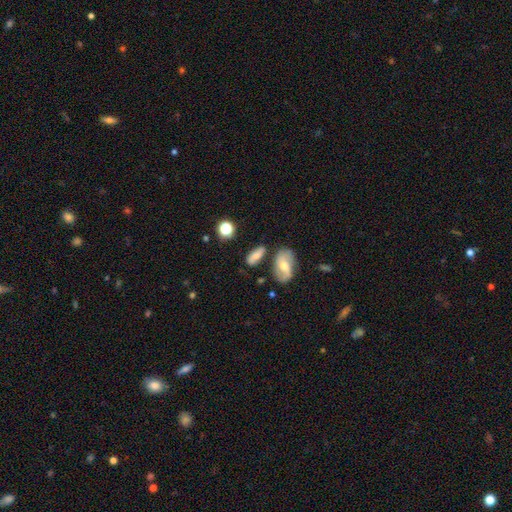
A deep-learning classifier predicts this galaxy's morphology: A smooth galaxy with no disk features (65%) that is in between round and cigar-shaped (74%).

Vote fractions:
- Smooth or featured? smooth: 65% / featured or disk: 24% / star or artifact: 11%
- How rounded? in between: 74% / cigar-shaped: 18% / round: 8%
- Merging? none: 64% / minor disturbance: 18% / merger: 11% / major disturbance: 6%